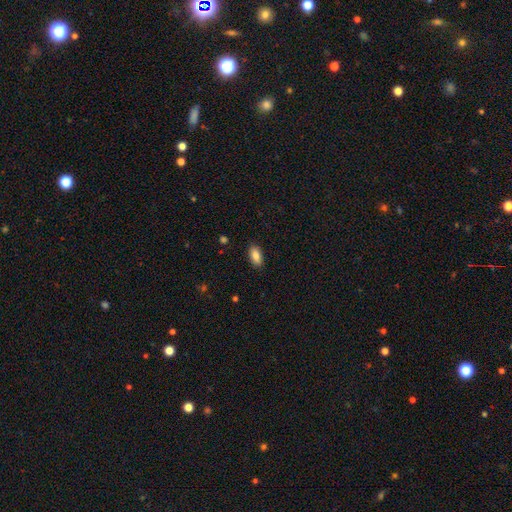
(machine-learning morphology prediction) Smooth or featured? Predicted: smooth (p=0.84). How rounded? Predicted: in between (p=0.91). Merging? Predicted: none (p=0.89).